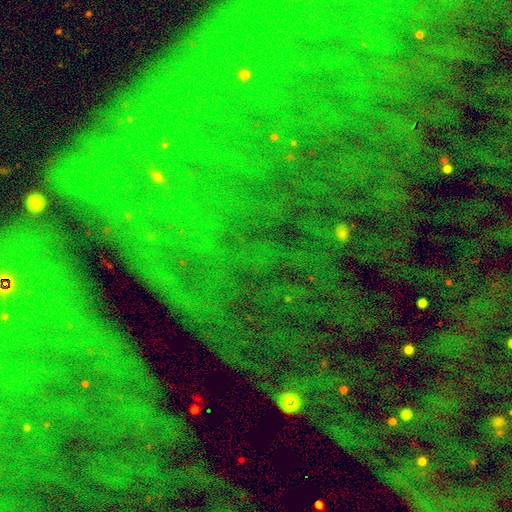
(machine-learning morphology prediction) A star or artifact, not a galaxy (84%).